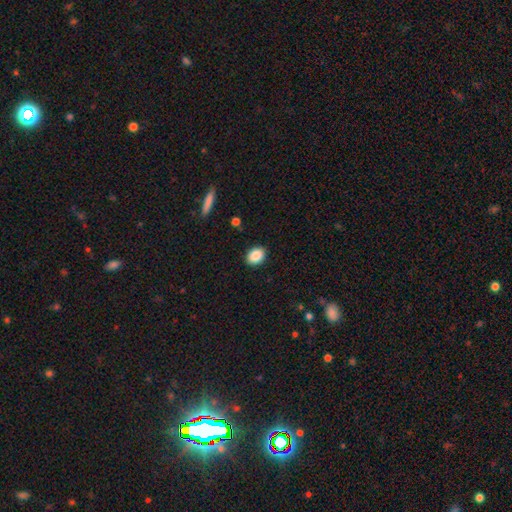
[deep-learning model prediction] smooth-or-featured: smooth: 88% | star or artifact: 8% | featured or disk: 4%
  how-rounded: in between: 64% | round: 34% | cigar-shaped: 1%
  merging: none: 90% | minor disturbance: 7% | major disturbance: 2% | merger: 1%